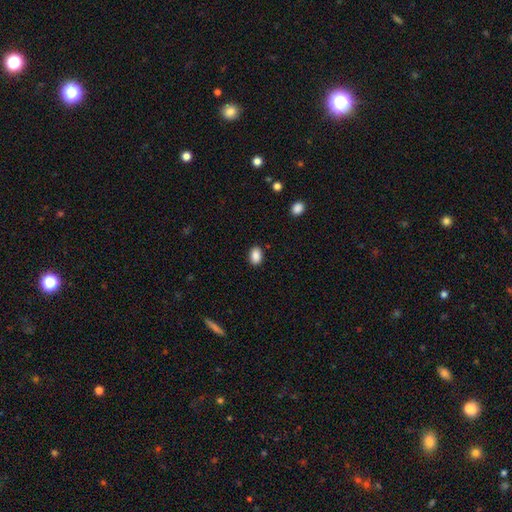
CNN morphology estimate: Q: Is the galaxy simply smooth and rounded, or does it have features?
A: smooth — 88%.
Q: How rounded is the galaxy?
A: in between — 83%.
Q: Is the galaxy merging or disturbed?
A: none — 88%.